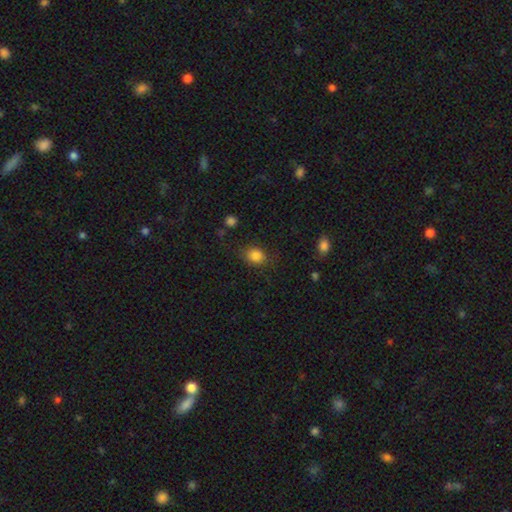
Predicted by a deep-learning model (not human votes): Morphology: type=smooth (83%); roundness=round (53%); merging=none (76%).